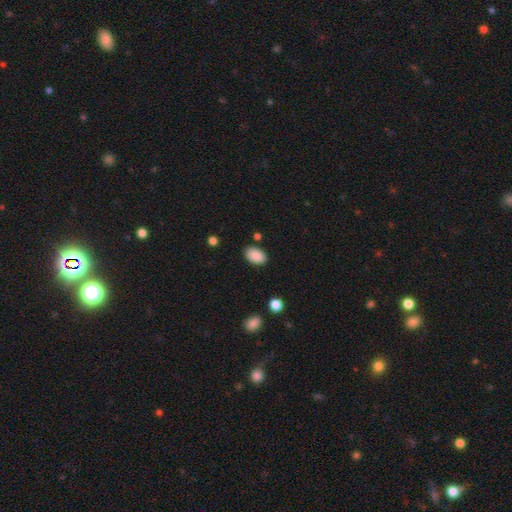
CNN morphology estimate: Overall: smooth (89%). How rounded: in between (90%). Merging: none (84%).